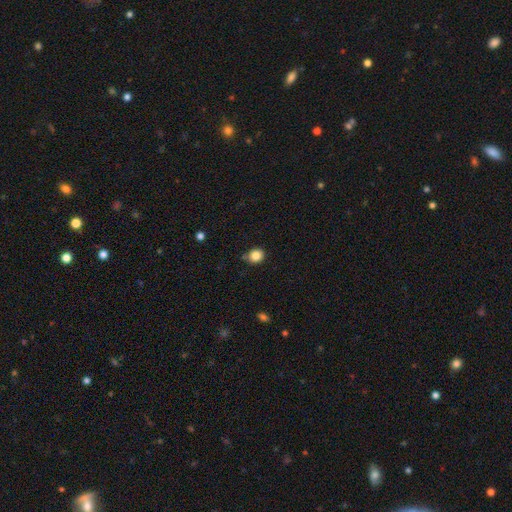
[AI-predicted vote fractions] Q: Smooth or featured?
A: smooth (84%); runner-up: star or artifact (11%)
Q: How rounded?
A: round (74%); runner-up: in between (25%)
Q: Merging?
A: none (74%); runner-up: minor disturbance (19%)